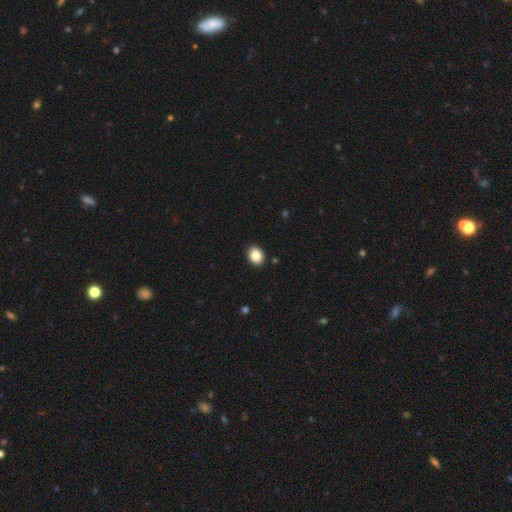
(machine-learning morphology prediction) Smooth or featured: smooth — 86% (star or artifact — 9%)
How rounded: in between — 59% (round — 40%)
Merging: none — 90% (minor disturbance — 7%)